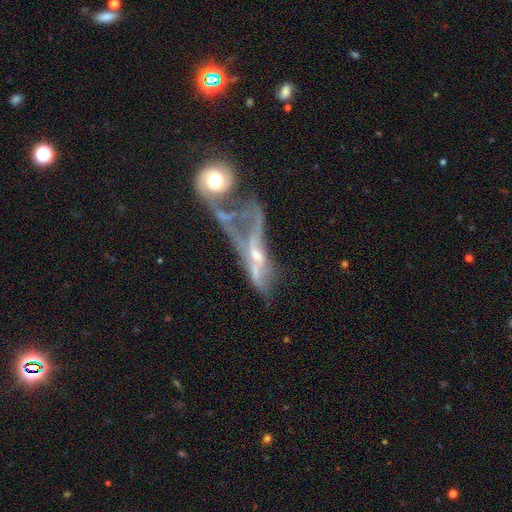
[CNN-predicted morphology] smooth_or_featured: featured or disk (p=0.69) [alt: smooth p=0.21]
disk_edge_on: no (p=0.76) [alt: yes p=0.24]
bar: no (p=0.72) [alt: weak p=0.20]
has_spiral_arms: no (p=0.54) [alt: yes p=0.46]
bulge_size: moderate (p=0.44) [alt: small p=0.38]
merging: merger (p=0.50) [alt: major disturbance p=0.29]